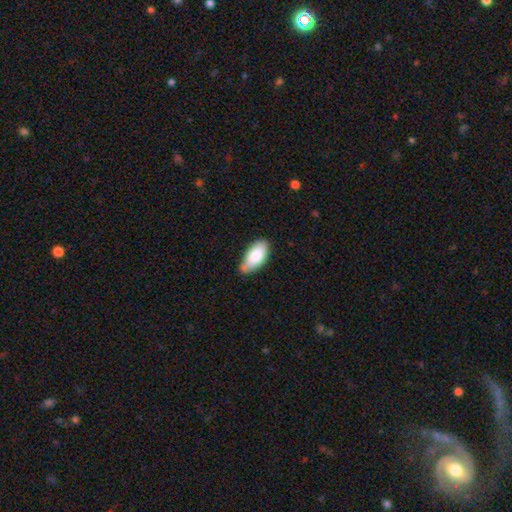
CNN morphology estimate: type=smooth (84%); roundness=in between (93%); merging=none (64%).